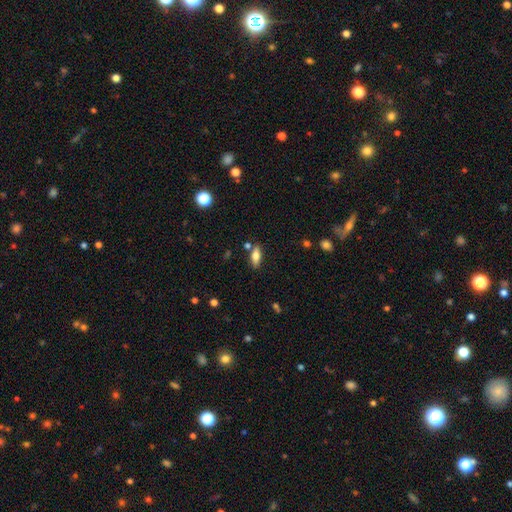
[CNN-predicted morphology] This appears to be a smooth galaxy with no disk features (68%) that is in between round and cigar-shaped (73%). Merging: none (77%).